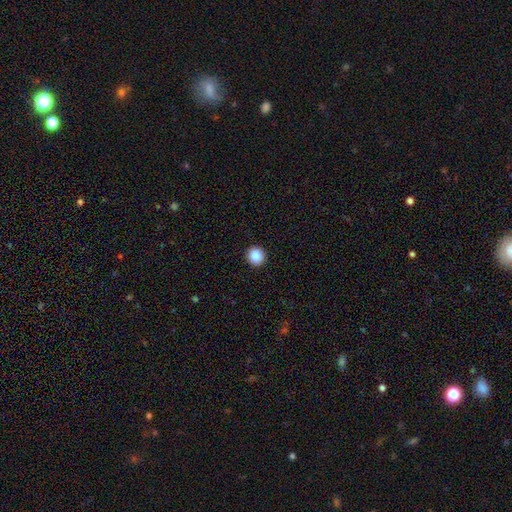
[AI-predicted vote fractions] The model was most divided on "smooth or featured": smooth: 88%, star or artifact: 9%, featured or disk: 3%. More confident: merging — none (93%); how rounded — round (93%).